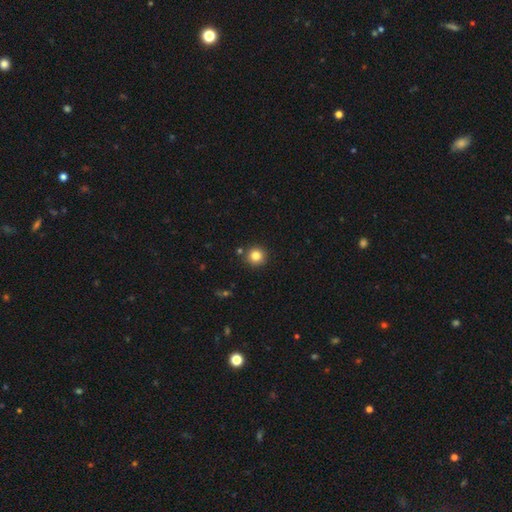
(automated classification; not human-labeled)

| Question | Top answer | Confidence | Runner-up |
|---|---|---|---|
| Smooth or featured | smooth | 83% | star or artifact (12%) |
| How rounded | round | 94% | in between (5%) |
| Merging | none | 88% | minor disturbance (6%) |